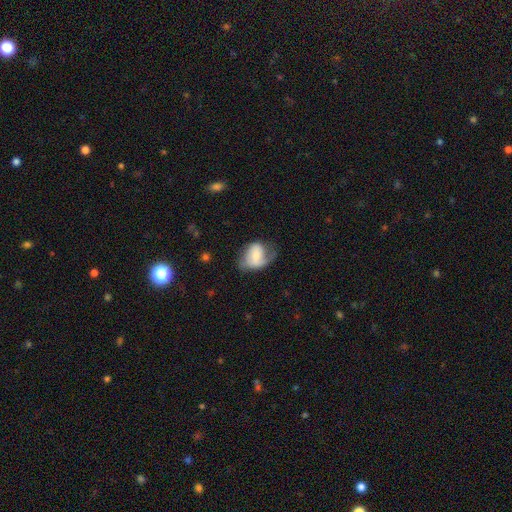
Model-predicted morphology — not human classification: Smooth or featured? Predicted: featured or disk (p=0.48). Merging? Predicted: none (p=0.40).